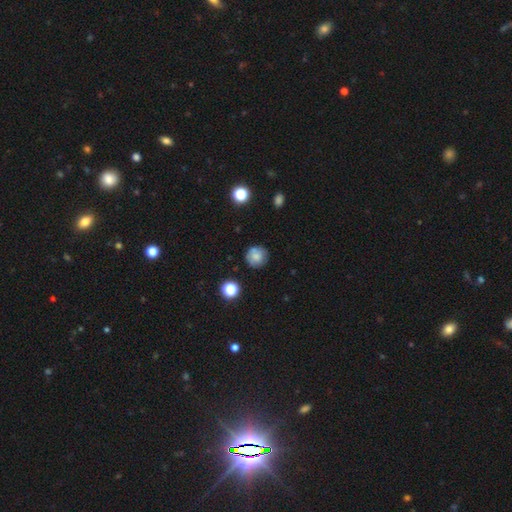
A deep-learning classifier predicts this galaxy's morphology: A smooth galaxy with no disk features (72%) that is round (93%). Merging: none (77%).